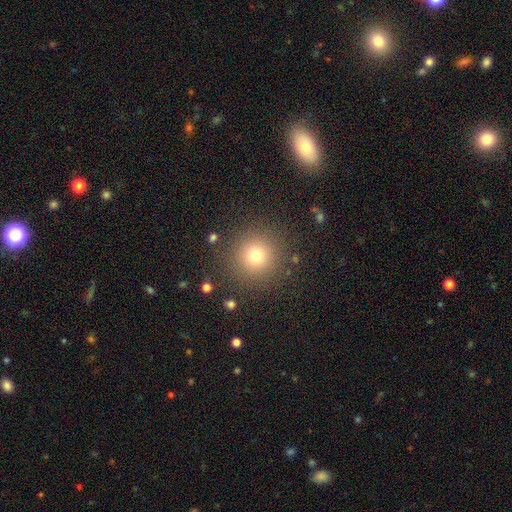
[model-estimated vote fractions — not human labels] This appears to be a smooth galaxy with no disk features (74%) that is round (95%). Merging: none (88%).